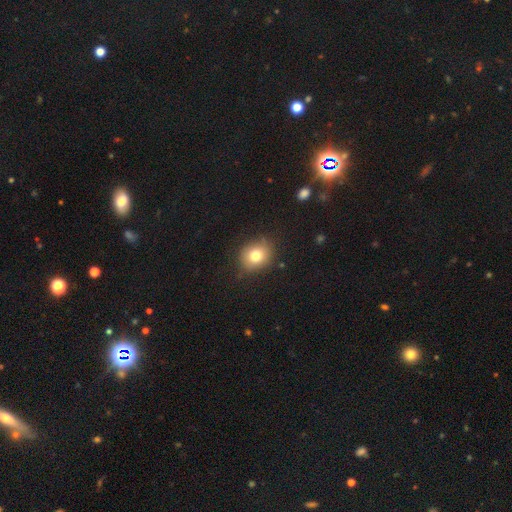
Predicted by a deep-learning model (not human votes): Smooth or featured? smooth (77%)
How rounded? round (66%)
Merging? none (83%)